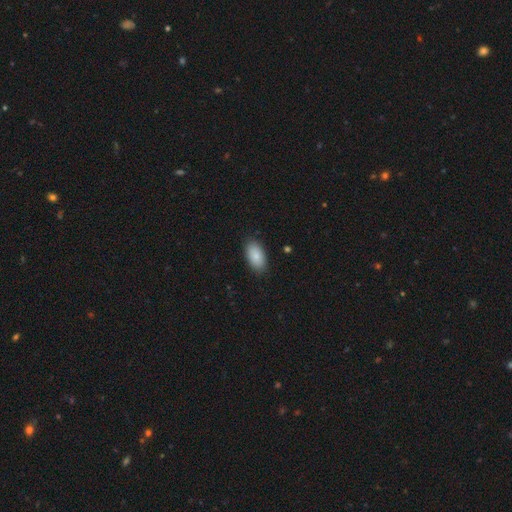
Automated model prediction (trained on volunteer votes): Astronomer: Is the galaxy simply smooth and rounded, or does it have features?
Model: smooth — 85%.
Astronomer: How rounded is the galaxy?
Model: in between — 94%.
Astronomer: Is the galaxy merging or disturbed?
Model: none — 88%.